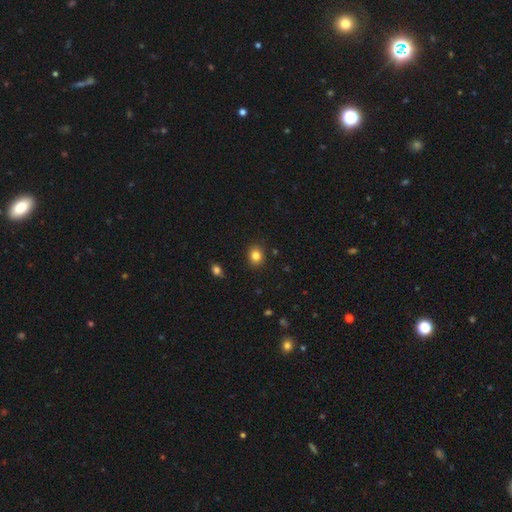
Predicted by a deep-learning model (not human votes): Smooth or featured? Predicted: smooth (p=0.83). How rounded? Predicted: round (p=0.67). Merging? Predicted: none (p=0.89).